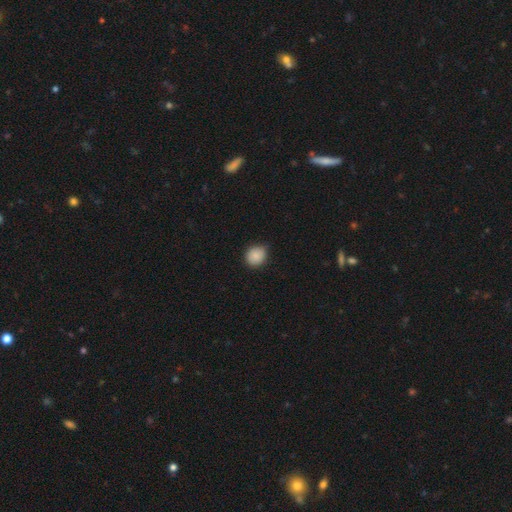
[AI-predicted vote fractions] Morphology: type=smooth (87%); roundness=round (79%); merging=none (78%).